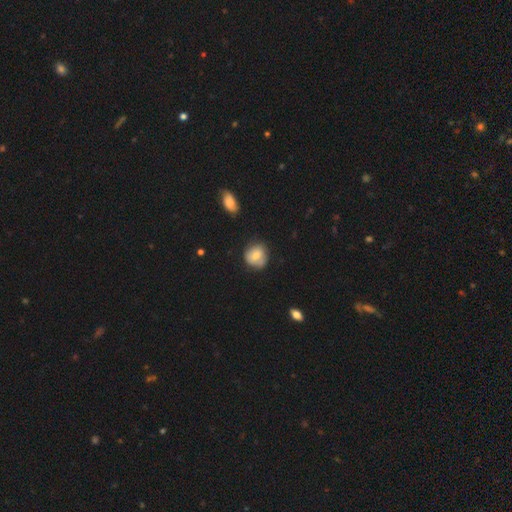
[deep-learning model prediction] This appears to be a smooth galaxy with no disk features (73%) that is round (79%). Merging: none (68%).